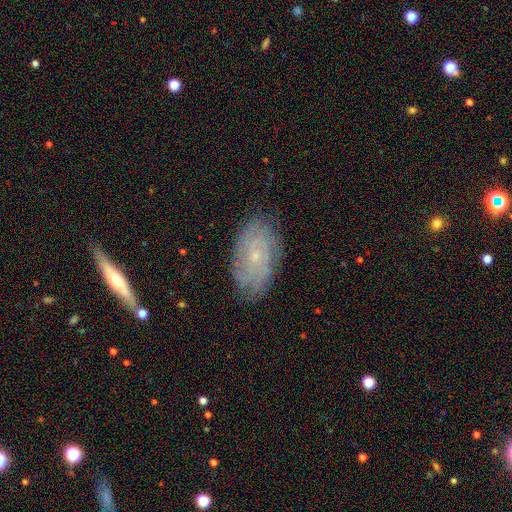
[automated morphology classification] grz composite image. It shows a featured or disk galaxy (71%) with no bar (79%), tight (72%) spiral arms (91%) and a small central bulge (82%). Merging: none (81%).